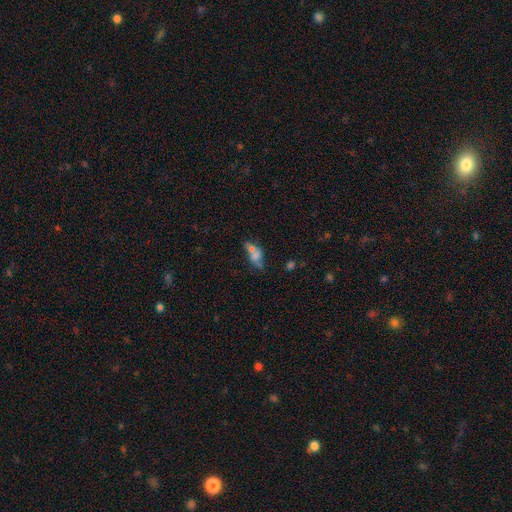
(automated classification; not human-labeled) Morphology: type=smooth (57%); roundness=in between (72%); merging=merger (54%).